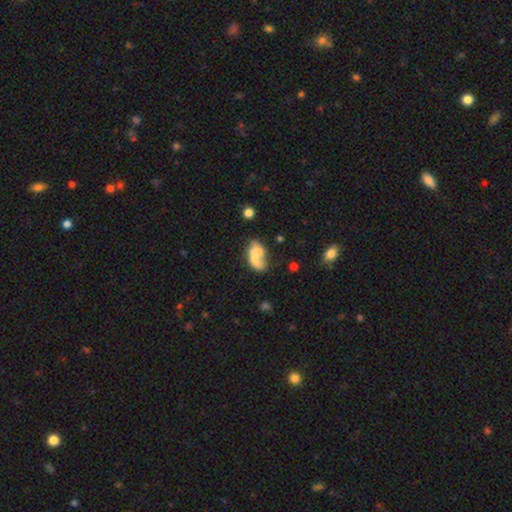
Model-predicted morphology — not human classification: Smooth or featured?
  - smooth: 56% *
  - featured or disk: 34%
  - star or artifact: 9%
How rounded?
  - in between: 89% *
  - round: 7%
  - cigar-shaped: 4%
Merging?
  - merger: 36% *
  - none: 28%
  - minor disturbance: 18%
  - major disturbance: 18%